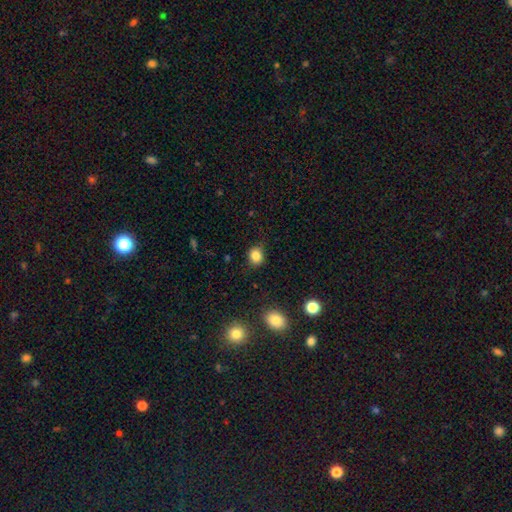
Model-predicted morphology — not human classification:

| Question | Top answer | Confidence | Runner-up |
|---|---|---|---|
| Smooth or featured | smooth | 84% | star or artifact (11%) |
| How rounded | round | 68% | in between (31%) |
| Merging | none | 83% | minor disturbance (13%) |